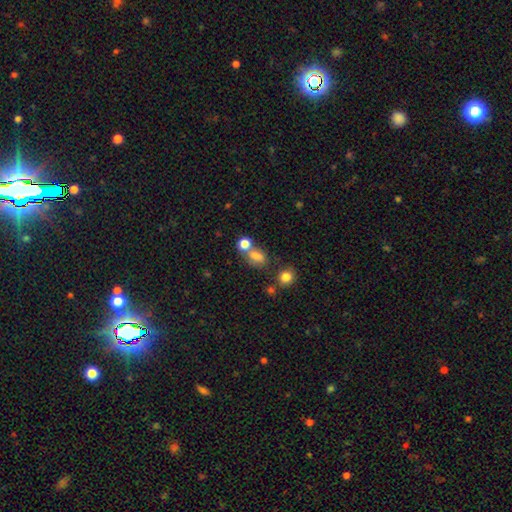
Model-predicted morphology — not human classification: smooth-or-featured: smooth: 75% | star or artifact: 15% | featured or disk: 10%
  how-rounded: in between: 66% | round: 32% | cigar-shaped: 3%
  merging: none: 44% | merger: 35% | minor disturbance: 14% | major disturbance: 7%